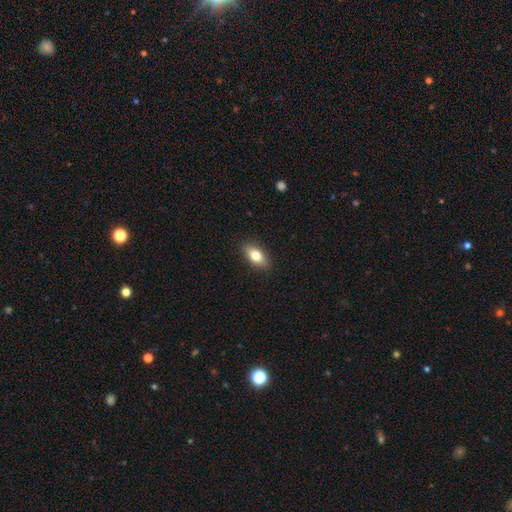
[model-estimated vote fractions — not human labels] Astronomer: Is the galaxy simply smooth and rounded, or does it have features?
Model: smooth — 77%.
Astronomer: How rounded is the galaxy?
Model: in between — 86%.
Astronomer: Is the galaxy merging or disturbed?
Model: none — 89%.